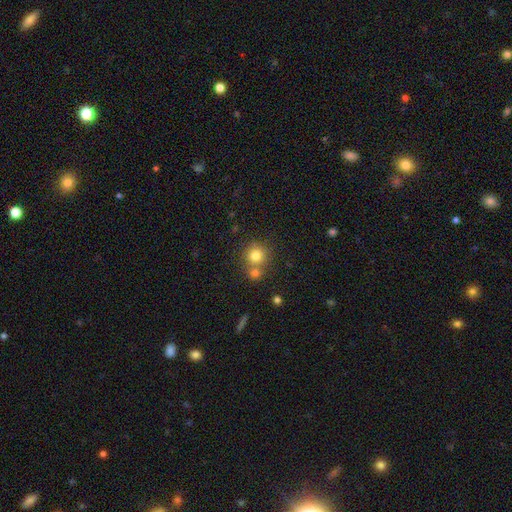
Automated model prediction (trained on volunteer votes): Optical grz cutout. It shows a smooth galaxy with no disk features (78%) that is round (90%). Merging: none (59%).